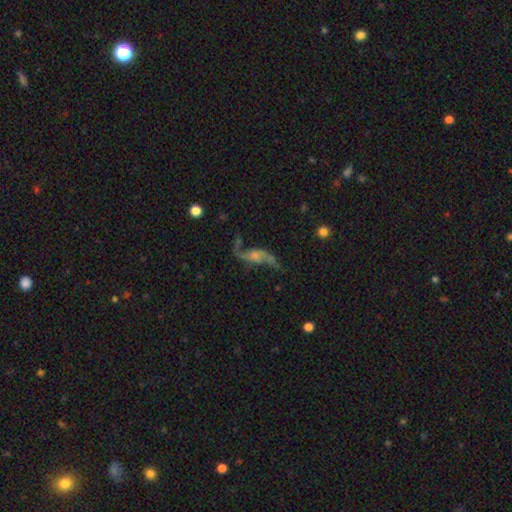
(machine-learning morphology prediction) featured or disk 82%, star or artifact 9%, smooth 9%. Down the decision tree: edge-on disk — no (89%); bar — no (58%); spiral arms — yes (94%); spiral arm count — 2 (92%); spiral winding — loose (89%); bulge size — small (38%); merging — none (64%).